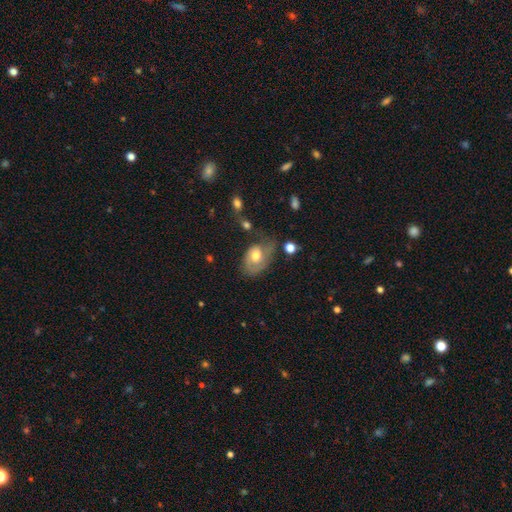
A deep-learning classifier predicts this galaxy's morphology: This is possibly a smooth galaxy (48%). Merging: marginally none (38%).